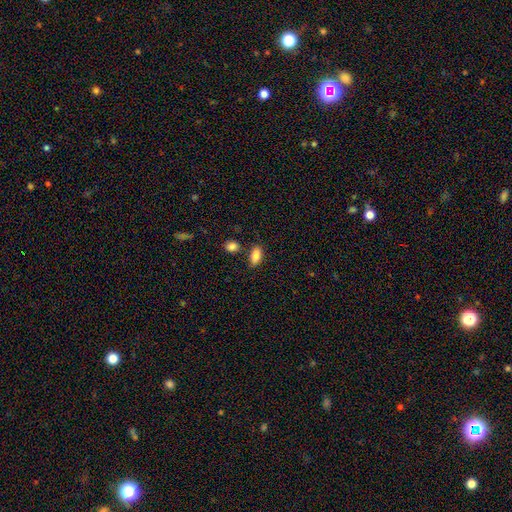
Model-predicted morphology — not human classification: The model was most divided on "merging": none: 76%, minor disturbance: 14%, merger: 7%, major disturbance: 3%. More confident: how rounded — in between (89%); smooth or featured — smooth (87%).